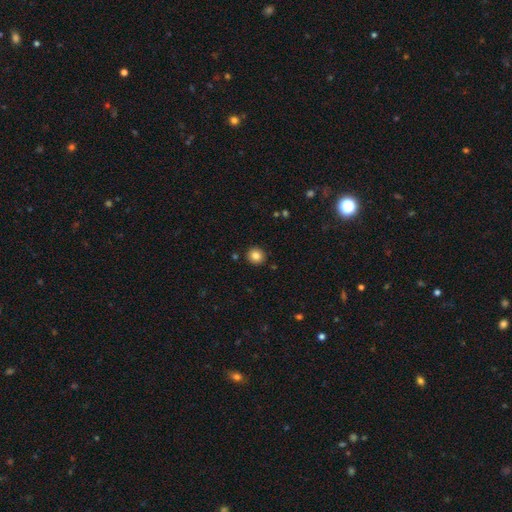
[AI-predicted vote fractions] The model was most divided on "smooth or featured": smooth: 83%, star or artifact: 10%, featured or disk: 6%. More confident: how rounded — round (94%); merging — none (91%).